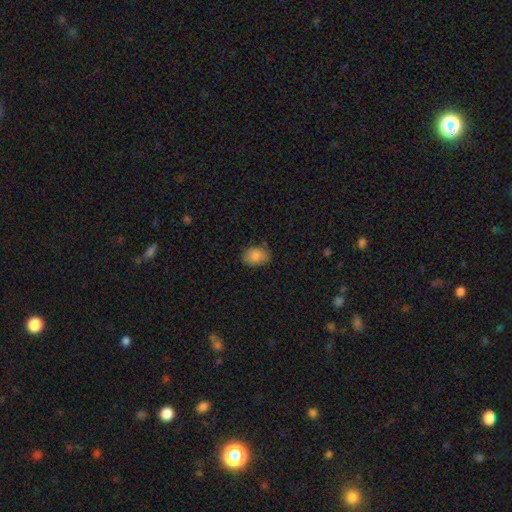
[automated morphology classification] Overall: smooth (84%). How rounded: in between (77%). Merging: none (79%).